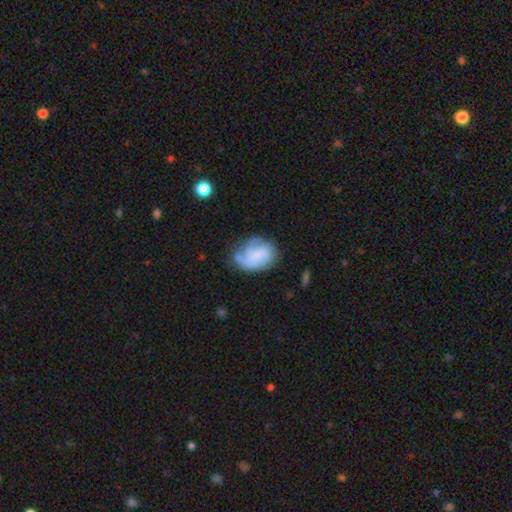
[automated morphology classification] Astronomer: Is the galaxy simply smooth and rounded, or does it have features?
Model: featured or disk — 51% (runner-up: smooth, 41%).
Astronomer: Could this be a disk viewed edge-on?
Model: no — 98%.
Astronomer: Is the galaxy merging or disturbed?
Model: none — 46% (runner-up: minor disturbance, 29%).